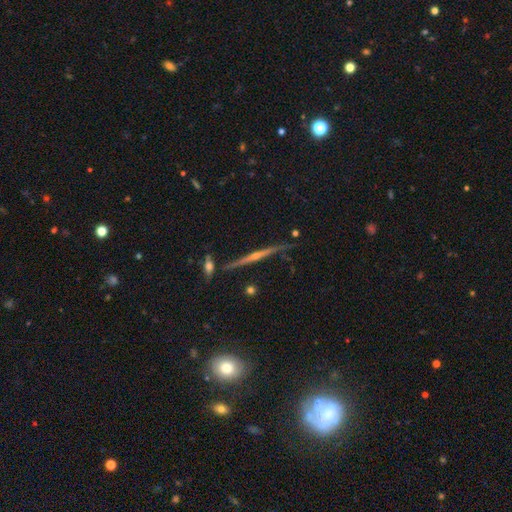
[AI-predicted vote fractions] smooth_or_featured: featured or disk (p=0.76) [alt: star or artifact p=0.13]
disk_edge_on: yes (p=0.94) [alt: no p=0.06]
edge_on_bulge: rounded (p=0.73) [alt: none p=0.18]
merging: none (p=0.82) [alt: minor disturbance p=0.10]